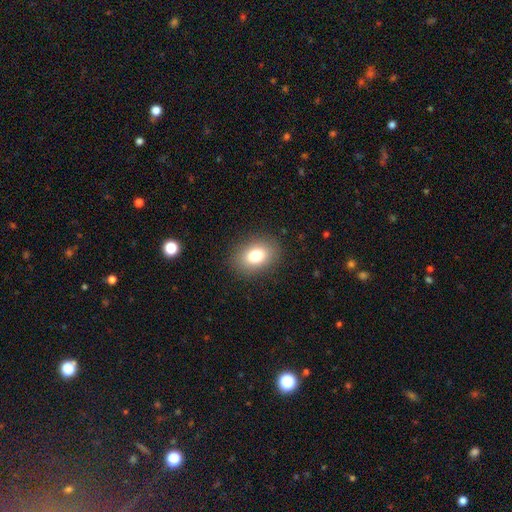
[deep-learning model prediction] This appears to be a smooth galaxy with no disk features (80%) that is in between round and cigar-shaped (73%). Merging: none (87%).